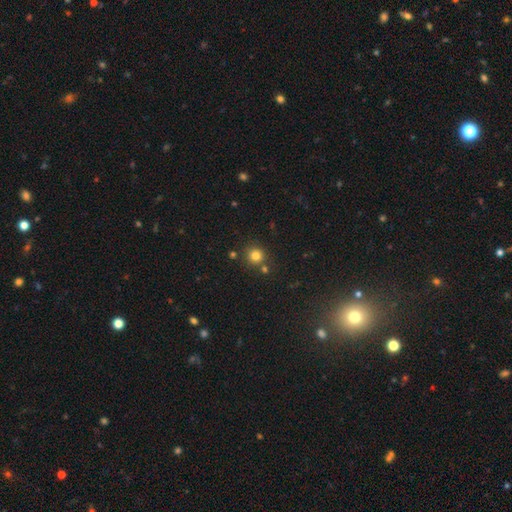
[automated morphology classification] Q: Smooth or featured?
A: smooth (79%); runner-up: star or artifact (15%)
Q: How rounded?
A: round (91%); runner-up: in between (8%)
Q: Merging?
A: none (77%); runner-up: merger (12%)